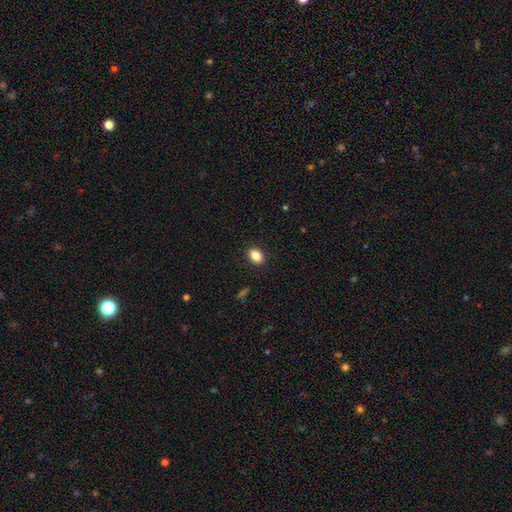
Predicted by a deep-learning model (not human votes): Smooth or featured? smooth (86%)
How rounded? in between (78%)
Merging? none (90%)